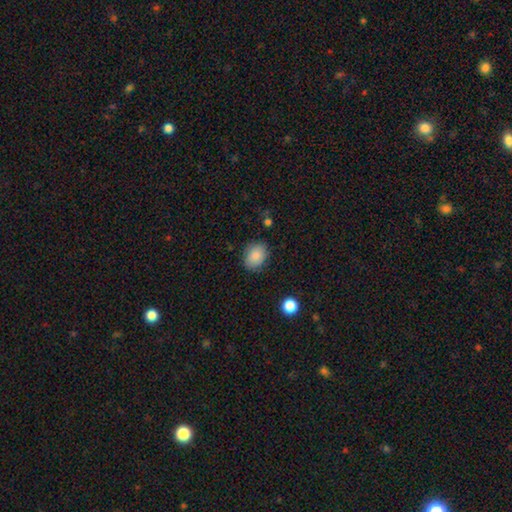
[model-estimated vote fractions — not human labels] Smooth or featured: smooth — 87% (star or artifact — 8%)
How rounded: in between — 64% (round — 35%)
Merging: none — 83% (minor disturbance — 12%)